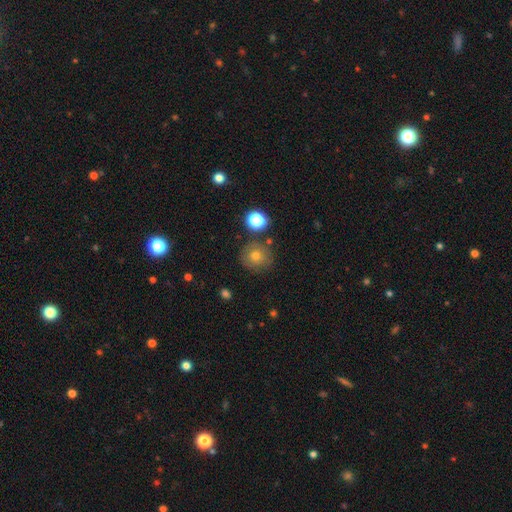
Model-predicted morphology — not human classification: Q: Smooth or featured?
A: smooth (69%); runner-up: featured or disk (17%)
Q: How rounded?
A: round (88%); runner-up: in between (11%)
Q: Merging?
A: none (79%); runner-up: minor disturbance (12%)